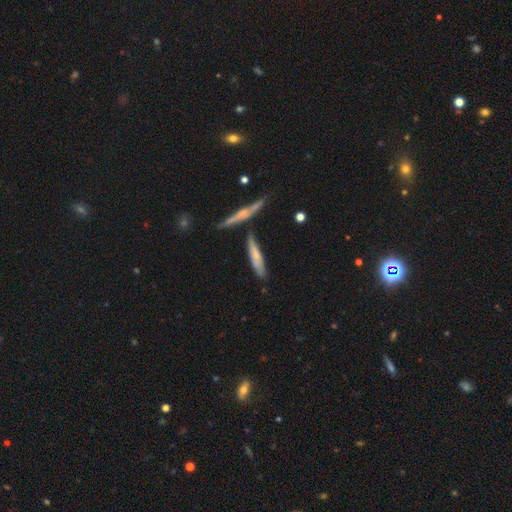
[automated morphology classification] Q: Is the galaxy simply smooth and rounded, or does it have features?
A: smooth — 56%.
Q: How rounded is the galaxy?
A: cigar-shaped — 81%.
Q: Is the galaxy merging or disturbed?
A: none — 69%.